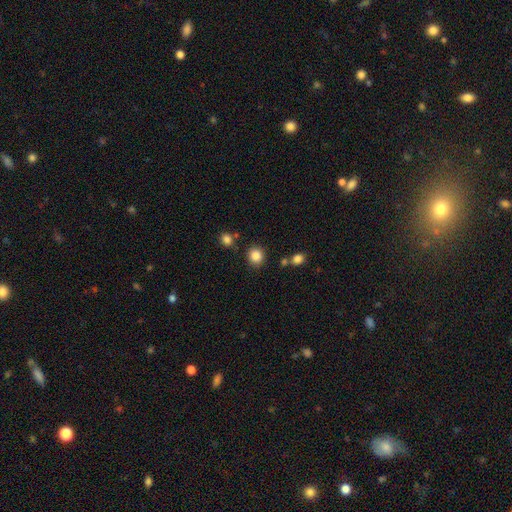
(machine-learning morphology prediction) smooth-or-featured: smooth: 85% | star or artifact: 11% | featured or disk: 4%
  how-rounded: round: 85% | in between: 14% | cigar-shaped: 1%
  merging: none: 83% | minor disturbance: 8% | merger: 5% | major disturbance: 3%